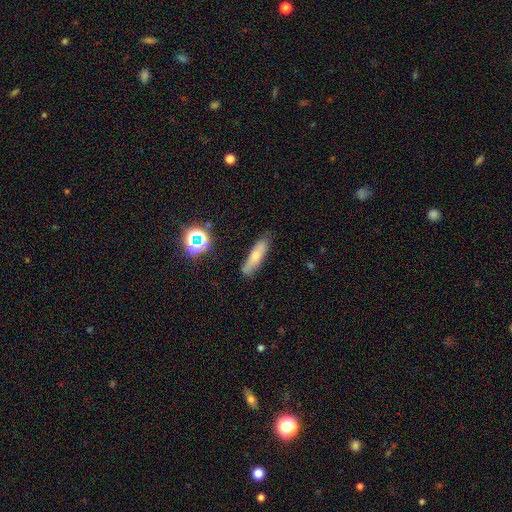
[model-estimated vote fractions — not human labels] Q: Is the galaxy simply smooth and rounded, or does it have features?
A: smooth — 66%.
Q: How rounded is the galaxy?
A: cigar-shaped — 68%.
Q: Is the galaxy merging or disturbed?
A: none — 78%.